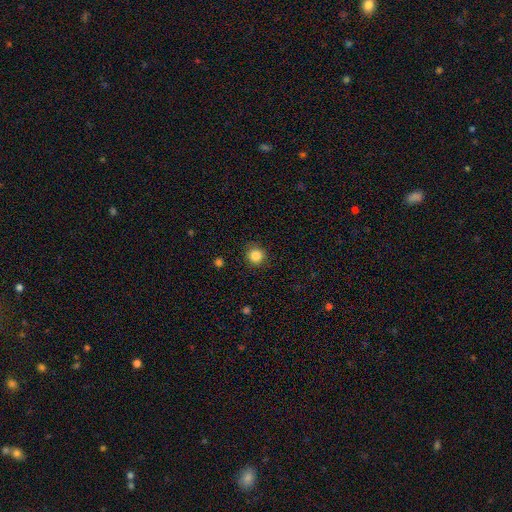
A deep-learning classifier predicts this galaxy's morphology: This is clearly a smooth galaxy (85%). How rounded: clearly round (92%). Merging: clearly none (89%).